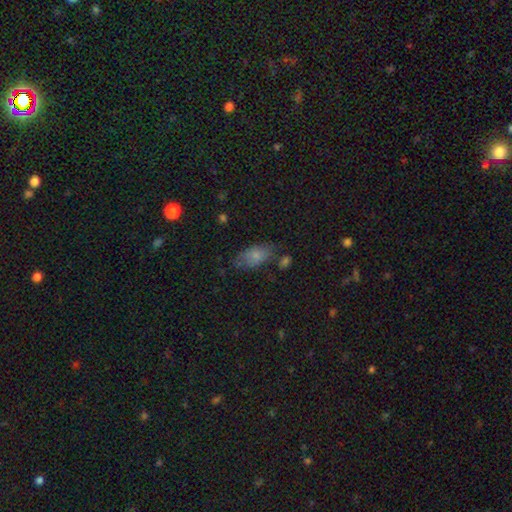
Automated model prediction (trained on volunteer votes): Smooth or featured: smooth — 76% (featured or disk — 14%)
How rounded: in between — 90% (cigar-shaped — 5%)
Merging: none — 57% (minor disturbance — 26%)